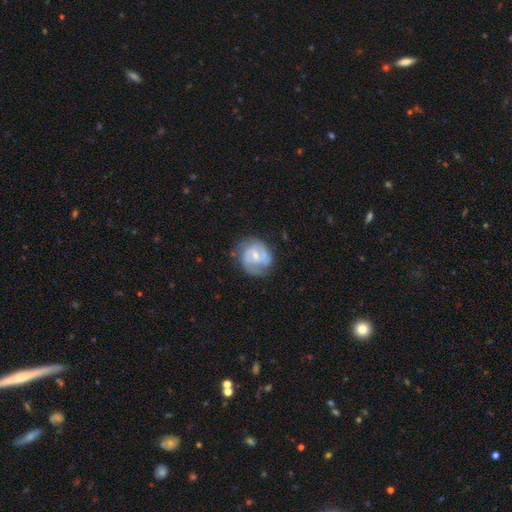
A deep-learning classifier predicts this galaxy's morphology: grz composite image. It shows a featured or disk galaxy (73%) with a weak bar (49%), 2 (65%) medium (46%) spiral arms (89%) and a small central bulge (57%). Merging: none (61%).